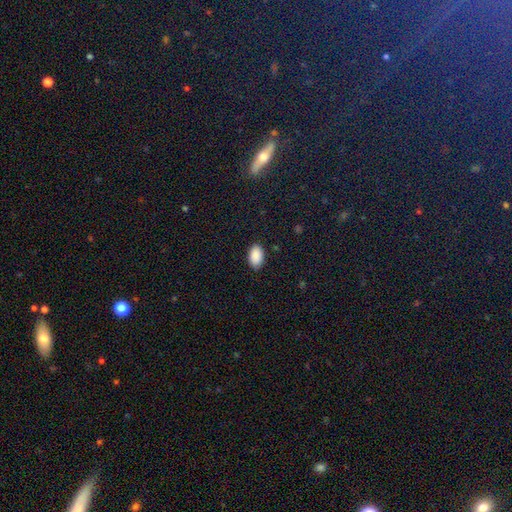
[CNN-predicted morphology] Smooth or featured: smooth — 90% (star or artifact — 7%)
How rounded: in between — 93% (round — 6%)
Merging: none — 85% (minor disturbance — 12%)